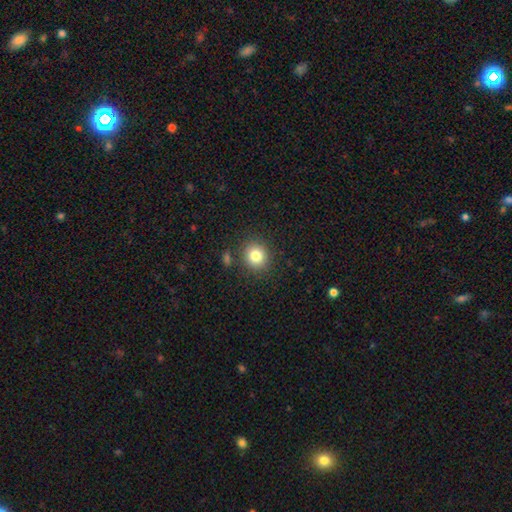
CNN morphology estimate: This is clearly a smooth galaxy (81%). How rounded: clearly round (85%). Merging: clearly none (86%).